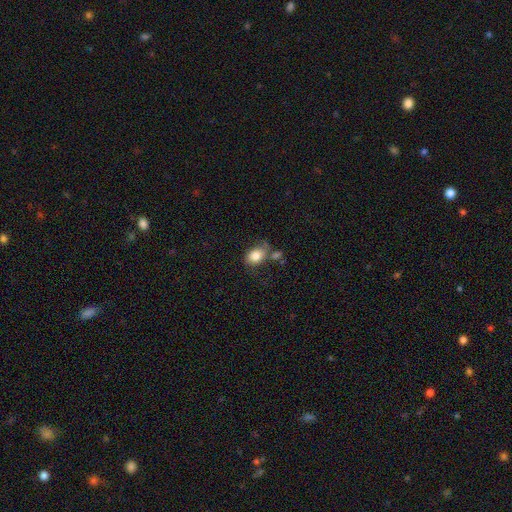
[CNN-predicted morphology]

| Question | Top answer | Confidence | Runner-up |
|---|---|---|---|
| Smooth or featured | smooth | 83% | featured or disk (9%) |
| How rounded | in between | 74% | round (25%) |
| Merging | none | 52% | minor disturbance (22%) |